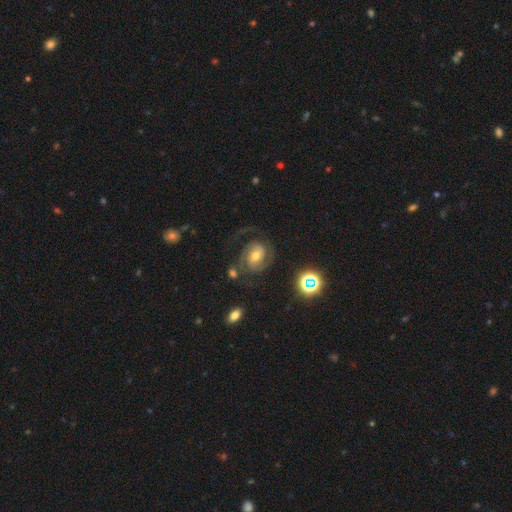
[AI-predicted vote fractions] Smooth or featured? Predicted: featured or disk (p=0.79). Edge-on disk? Predicted: no (p=0.98). Bar? Predicted: no (p=0.54). Spiral arms? Predicted: yes (p=0.96). Spiral winding? Predicted: medium (p=0.45). Spiral arm count? Predicted: 2 (p=0.81). Bulge size? Predicted: moderate (p=0.66). Merging? Predicted: none (p=0.65).